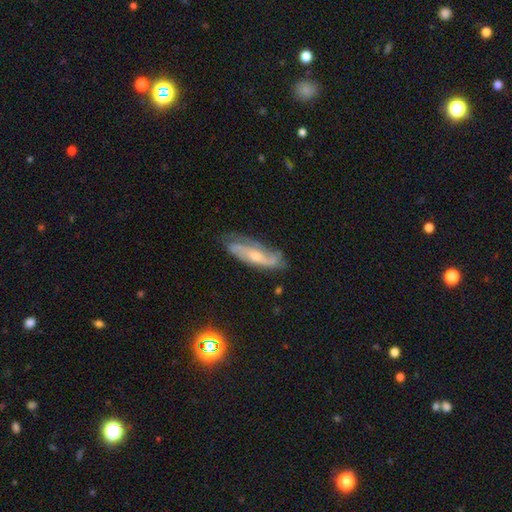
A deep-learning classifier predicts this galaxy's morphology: Smooth or featured: featured or disk — 76% (smooth — 16%)
Edge-on disk: no — 79% (yes — 21%)
Bar: no — 55% (weak — 34%)
Spiral arms: yes — 92% (no — 8%)
Spiral winding: medium — 43% (tight — 33%)
Spiral arm count: 2 — 59% (can't tell — 24%)
Bulge size: small — 51% (moderate — 43%)
Merging: none — 72% (minor disturbance — 20%)